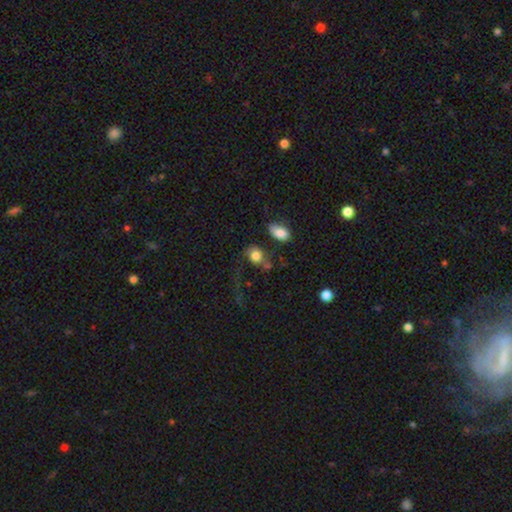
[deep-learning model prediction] Smooth or featured? Predicted: smooth (p=0.78). How rounded? Predicted: in between (p=0.50). Merging? Predicted: none (p=0.38).